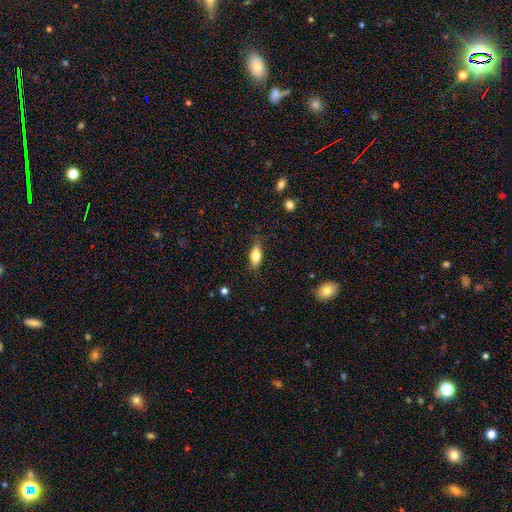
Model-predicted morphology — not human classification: Overall: smooth (69%). How rounded: in between (75%). Merging: none (79%).